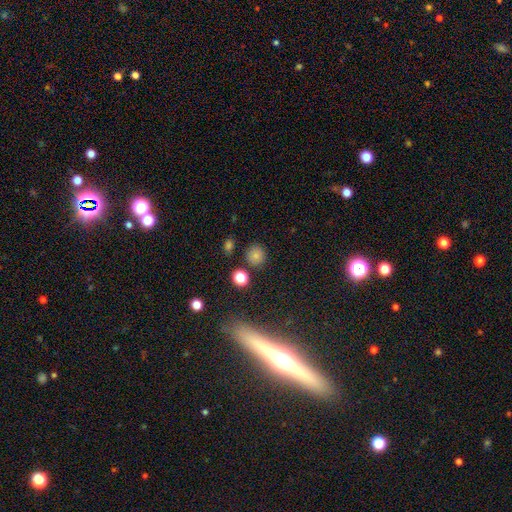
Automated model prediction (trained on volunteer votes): A smooth galaxy with no disk features (78%) that is round (90%).

Vote fractions:
- Smooth or featured? smooth: 78% / star or artifact: 16% / featured or disk: 7%
- How rounded? round: 90% / in between: 9% / cigar-shaped: 1%
- Merging? none: 84% / minor disturbance: 9% / merger: 5% / major disturbance: 3%